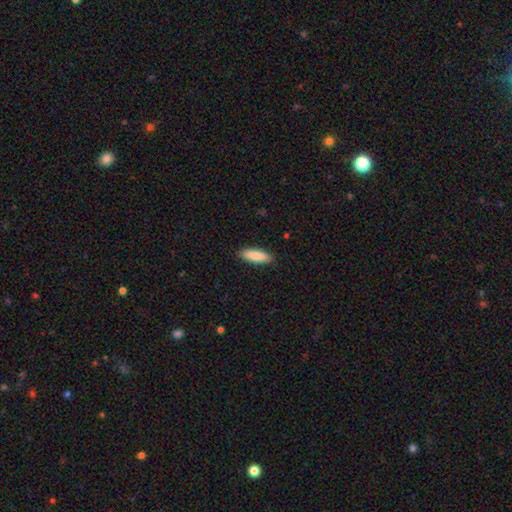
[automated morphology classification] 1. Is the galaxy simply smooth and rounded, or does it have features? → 89% smooth, 6% featured or disk, 5% star or artifact.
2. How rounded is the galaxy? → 51% cigar-shaped, 47% in between, 2% round.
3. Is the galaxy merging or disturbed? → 90% none, 7% minor disturbance, 2% major disturbance, 1% merger.